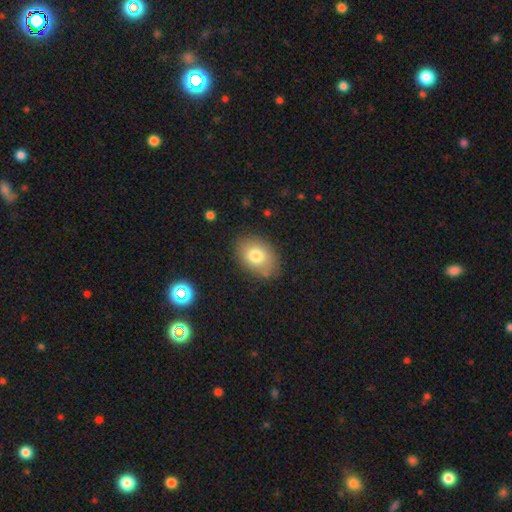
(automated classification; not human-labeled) Morphology: type=smooth (77%); roundness=in between (80%); merging=none (81%).